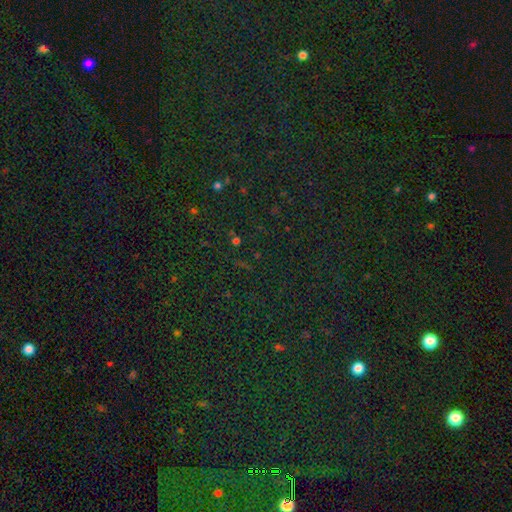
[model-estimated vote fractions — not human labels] Smooth or featured?
  - star or artifact: 80% *
  - smooth: 13%
  - featured or disk: 7%